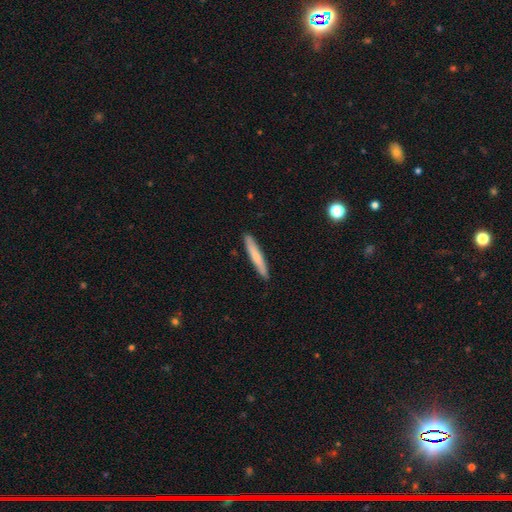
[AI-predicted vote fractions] Overall: smooth (66%; featured or disk 28%). How rounded: cigar-shaped (95%). Merging: none (90%).